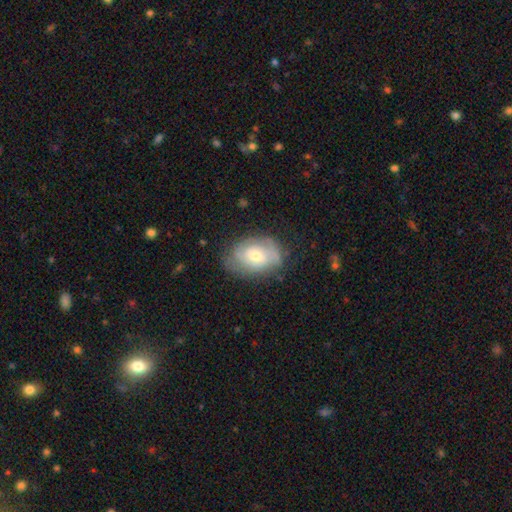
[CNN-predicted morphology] Smooth or featured? featured or disk (56%)
Edge-on disk? no (95%)
Bar? no (65%)
Spiral arms? yes (74%)
Bulge size? moderate (55%)
Merging? none (69%)